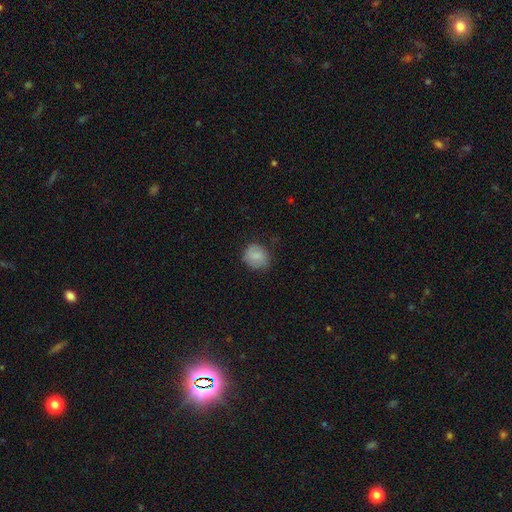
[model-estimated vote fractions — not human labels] Q: Smooth or featured?
A: smooth (83%); runner-up: featured or disk (10%)
Q: How rounded?
A: round (72%); runner-up: in between (27%)
Q: Merging?
A: none (73%); runner-up: minor disturbance (20%)